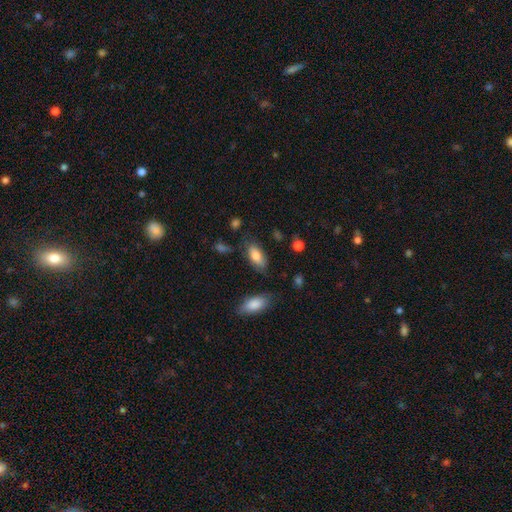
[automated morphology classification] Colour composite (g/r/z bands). It shows a smooth galaxy with no disk features (79%) that is in between round and cigar-shaped (89%). Merging: none (71%).